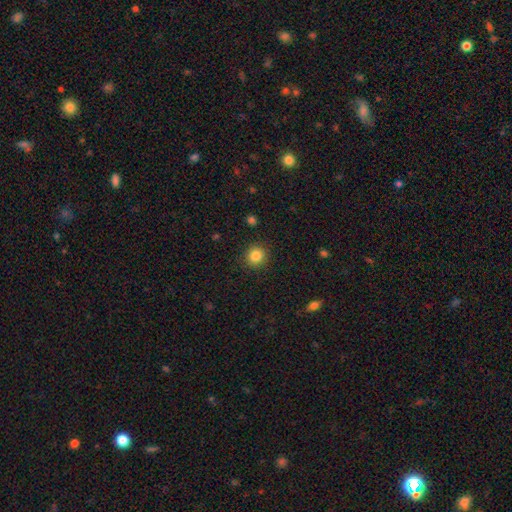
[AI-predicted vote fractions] A smooth galaxy with no disk features (84%) that is round (89%).

Vote fractions:
- Smooth or featured? smooth: 84% / star or artifact: 11% / featured or disk: 5%
- How rounded? round: 89% / in between: 10% / cigar-shaped: 1%
- Merging? none: 90% / minor disturbance: 6% / major disturbance: 2% / merger: 1%